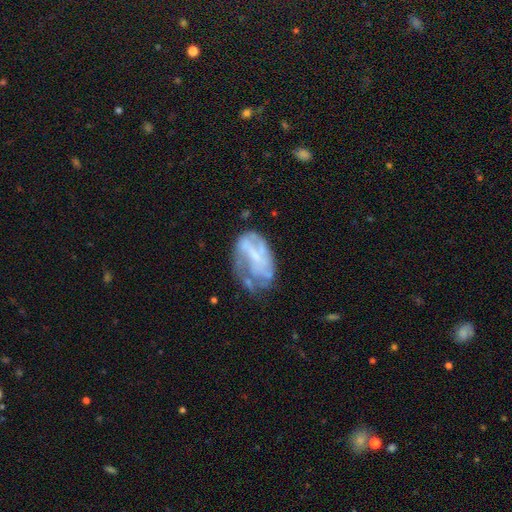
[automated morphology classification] type=featured or disk (61%); edge-on=no (97%); bar=no (54%); spiral arms=no (53%); bulge=none (53%); merging=none (34%).